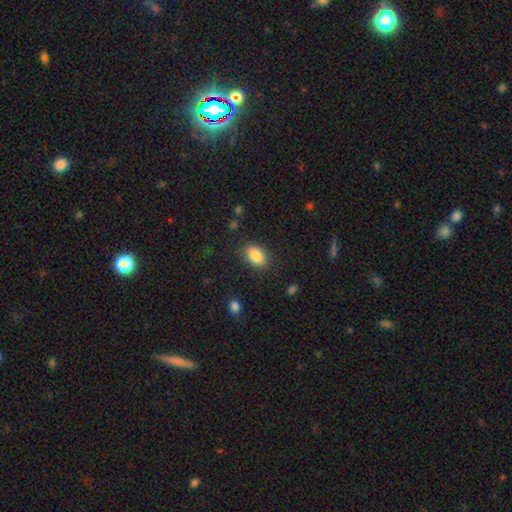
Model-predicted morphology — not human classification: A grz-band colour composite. It shows a smooth galaxy with no disk features (86%) that is in between round and cigar-shaped (87%). Merging: none (84%).